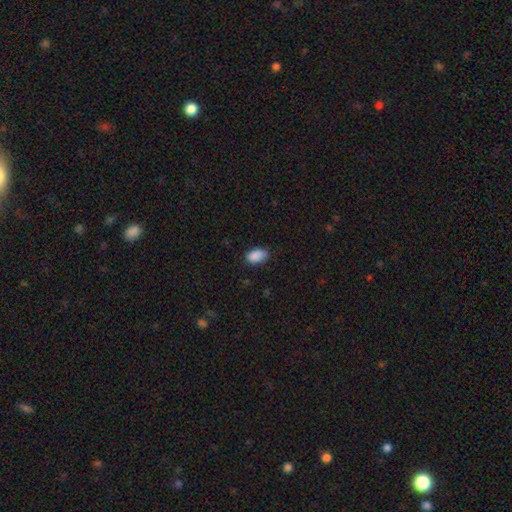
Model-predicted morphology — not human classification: type=smooth (89%); roundness=in between (92%); merging=none (79%).